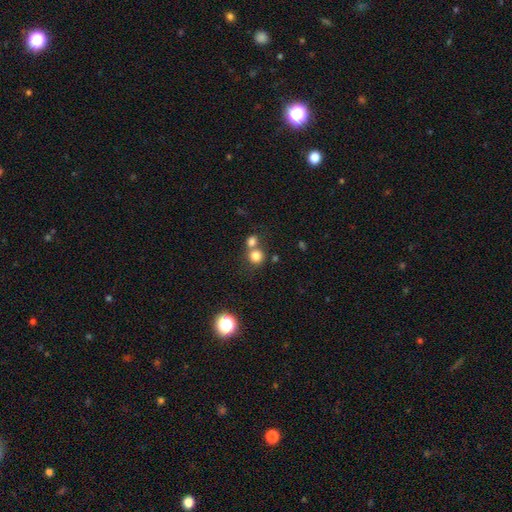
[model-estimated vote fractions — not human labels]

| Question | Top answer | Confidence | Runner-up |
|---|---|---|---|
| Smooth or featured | smooth | 79% | star or artifact (13%) |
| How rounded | round | 87% | in between (12%) |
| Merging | none | 48% | merger (42%) |